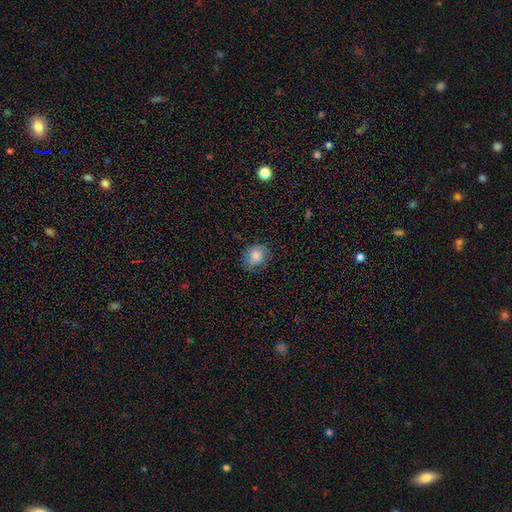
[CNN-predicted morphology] Q: Smooth or featured?
A: smooth (81%); runner-up: featured or disk (11%)
Q: How rounded?
A: round (65%); runner-up: in between (34%)
Q: Merging?
A: none (79%); runner-up: minor disturbance (16%)